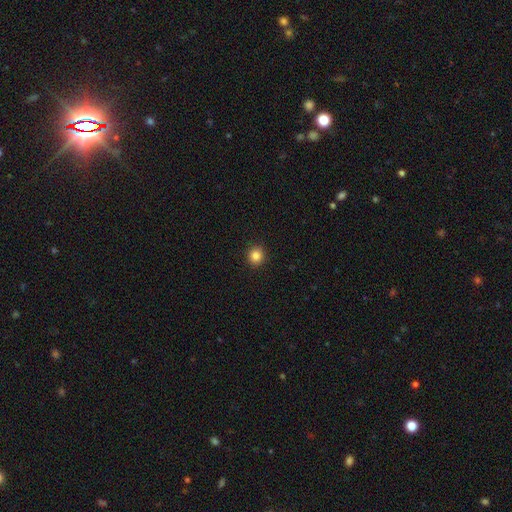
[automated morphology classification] type=smooth (85%); roundness=round (93%); merging=none (93%).